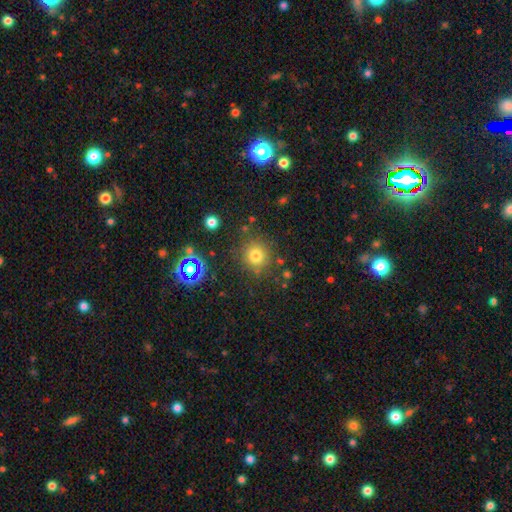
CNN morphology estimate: smooth-or-featured: smooth: 75% | star or artifact: 17% | featured or disk: 7%
  how-rounded: round: 92% | in between: 7% | cigar-shaped: 1%
  merging: none: 83% | minor disturbance: 9% | major disturbance: 4% | merger: 4%